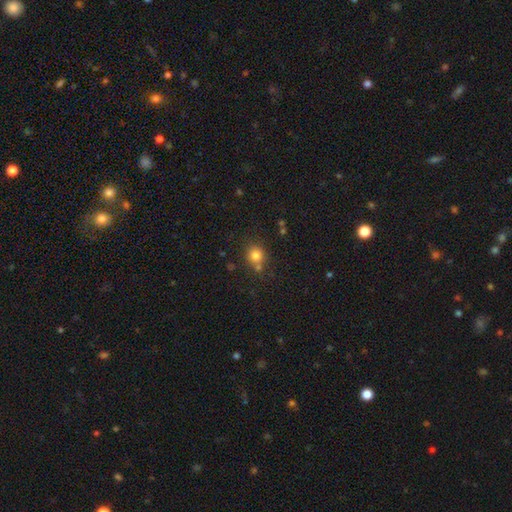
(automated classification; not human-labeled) Smooth or featured: smooth — 80% (star or artifact — 13%)
How rounded: round — 87% (in between — 12%)
Merging: none — 67% (merger — 18%)